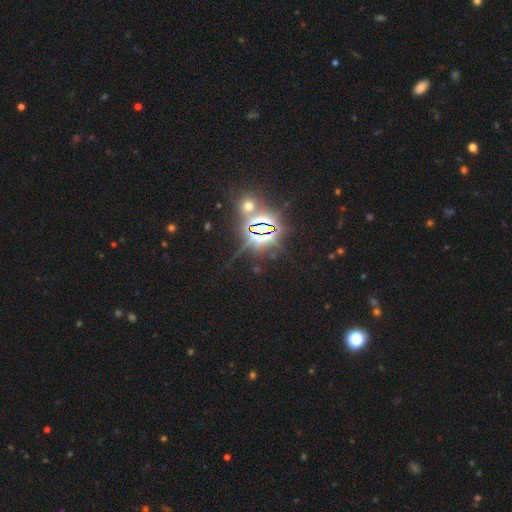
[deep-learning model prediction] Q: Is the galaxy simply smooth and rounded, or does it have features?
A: star or artifact — 82%.